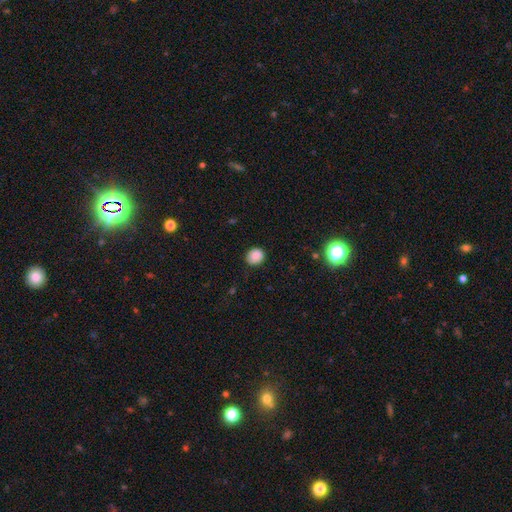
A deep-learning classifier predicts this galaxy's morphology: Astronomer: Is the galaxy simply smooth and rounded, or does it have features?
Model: smooth — 87%.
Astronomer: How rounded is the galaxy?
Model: round — 78%.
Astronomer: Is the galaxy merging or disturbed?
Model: none — 84%.